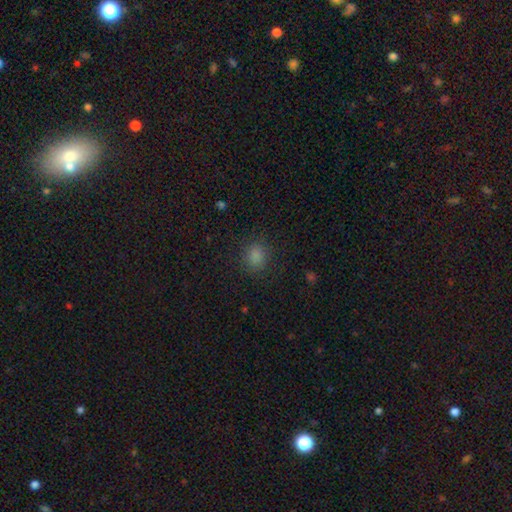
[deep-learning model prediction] Overall: smooth (80%). How rounded: round (66%; in between 33%). Merging: none (87%).